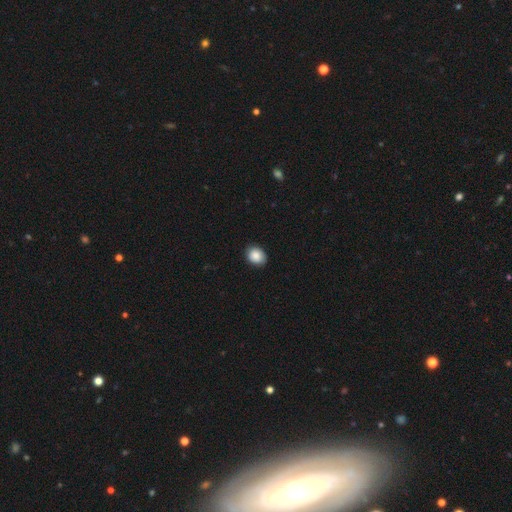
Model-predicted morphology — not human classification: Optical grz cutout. It shows a smooth galaxy with no disk features (86%) that is round (51%). Merging: none (85%).